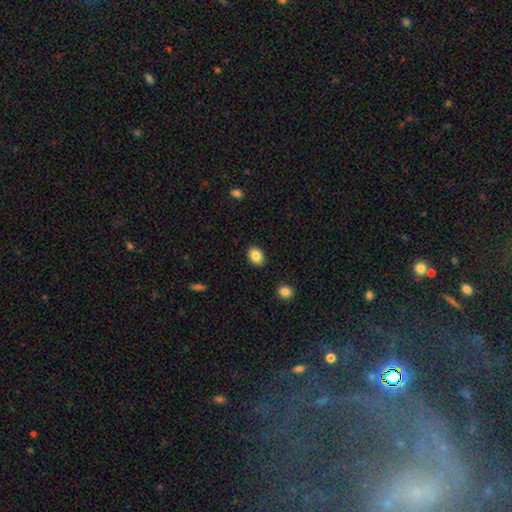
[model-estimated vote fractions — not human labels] Morphology: type=smooth (86%); roundness=in between (71%); merging=none (89%).